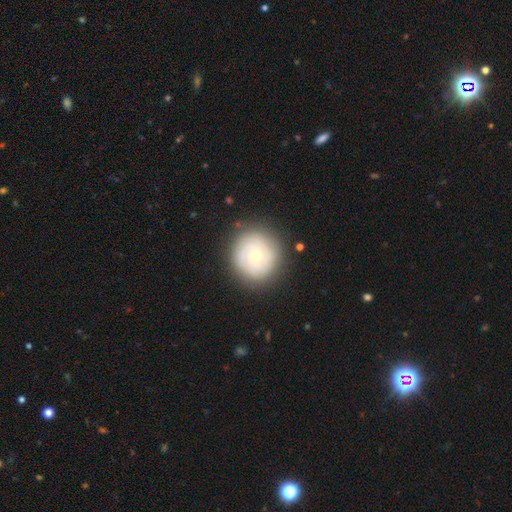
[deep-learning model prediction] Smooth or featured? Predicted: smooth (p=0.50). How rounded? Predicted: round (p=0.93). Merging? Predicted: none (p=0.84).